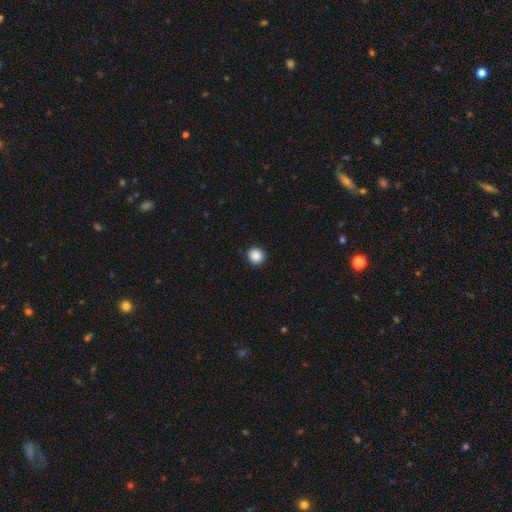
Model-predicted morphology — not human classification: Smooth or featured: smooth — 89% (star or artifact — 9%)
How rounded: round — 92% (in between — 7%)
Merging: none — 93% (minor disturbance — 5%)